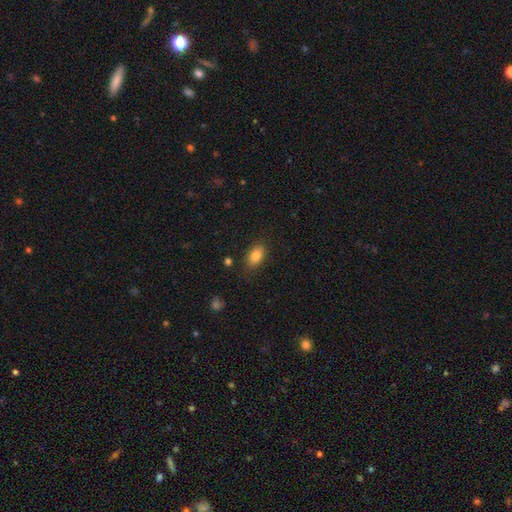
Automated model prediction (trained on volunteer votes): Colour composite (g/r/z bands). It shows a smooth galaxy with no disk features (82%) that is in between round and cigar-shaped (87%). Merging: none (84%).